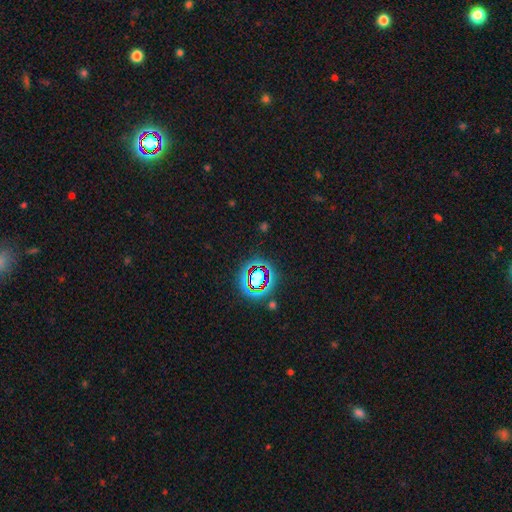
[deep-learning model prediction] Morphology: type=star or artifact (77%).